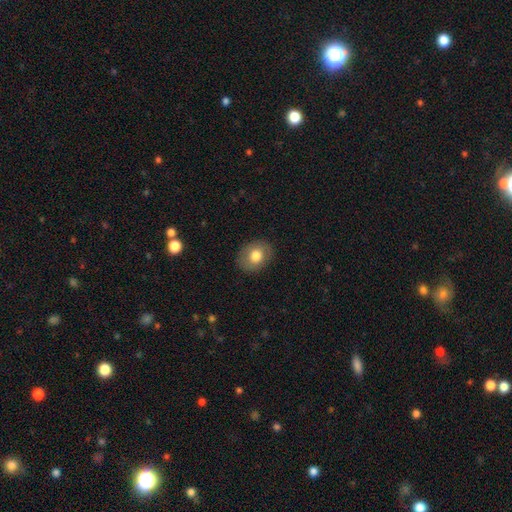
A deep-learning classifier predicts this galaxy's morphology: A smooth galaxy with no disk features (75%) that is in between round and cigar-shaped (51%). Merging: none (86%).